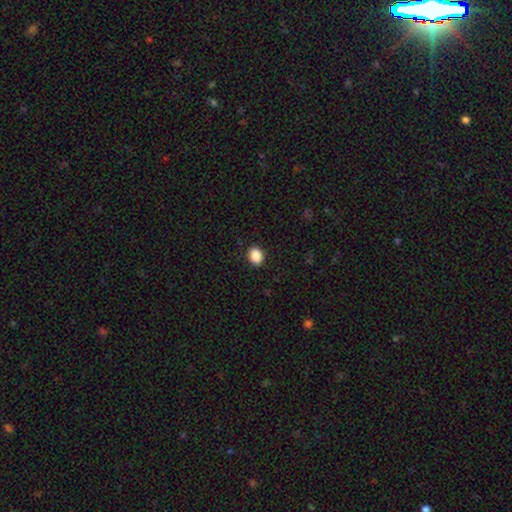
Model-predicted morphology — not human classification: smooth 89%, star or artifact 8%, featured or disk 3%. Down the decision tree: how rounded — in between (58%); merging — none (90%).